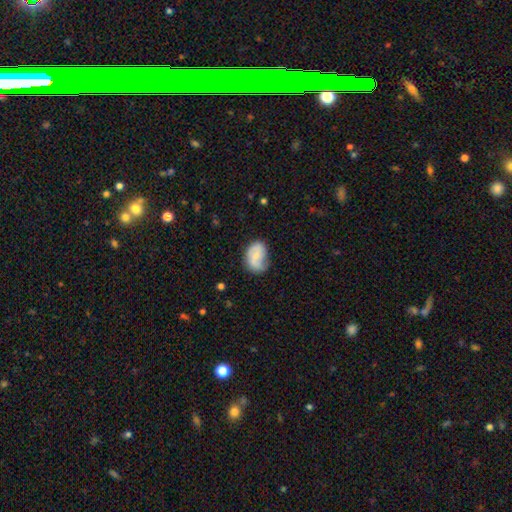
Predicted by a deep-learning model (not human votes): Smooth or featured? Predicted: featured or disk (p=0.48). Merging? Predicted: none (p=0.53).